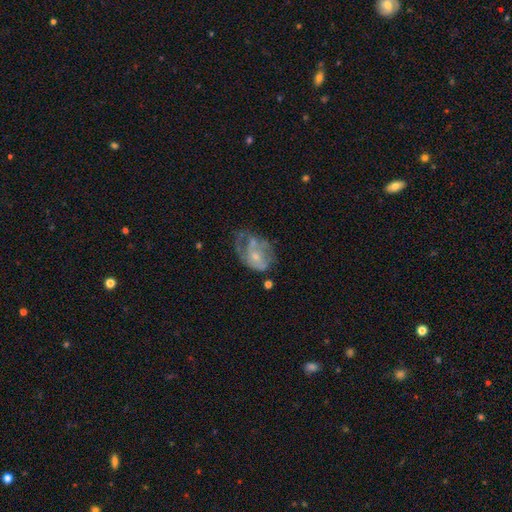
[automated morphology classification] The model was most divided on "spiral arms": yes: 51%, no: 49%. Remaining: edge-on disk — no (97%); bar — no (73%); smooth or featured — featured or disk (63%); bulge size — small (57%); merging — major disturbance (37%).